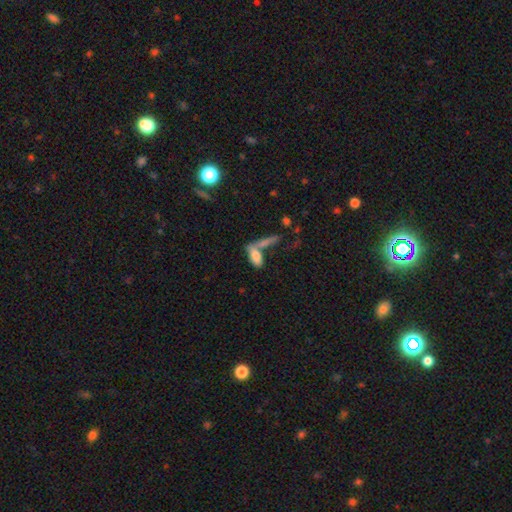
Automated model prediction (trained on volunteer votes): Smooth or featured?
  - smooth: 77% *
  - featured or disk: 14%
  - star or artifact: 8%
How rounded?
  - in between: 78% *
  - cigar-shaped: 19%
  - round: 3%
Merging?
  - merger: 44% *
  - none: 36%
  - minor disturbance: 12%
  - major disturbance: 8%